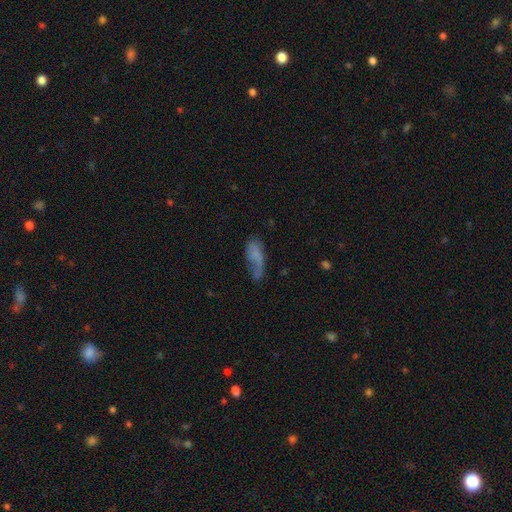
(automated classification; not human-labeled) Smooth or featured? smooth (55%)
How rounded? in between (78%)
Merging? none (36%)